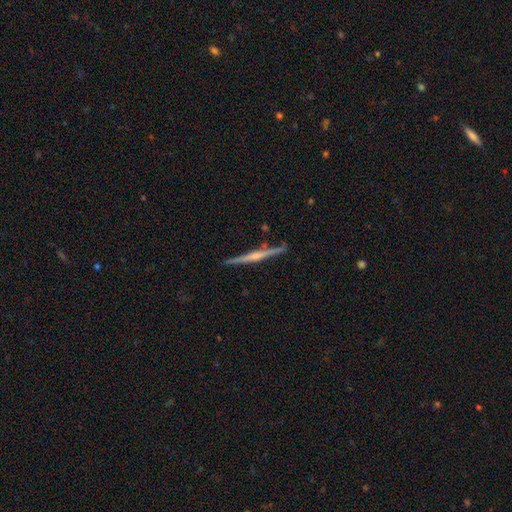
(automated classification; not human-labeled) featured or disk 74%, smooth 21%, star or artifact 6%. Down the decision tree: edge-on disk — yes (98%); edge-on bulge — rounded (63%); merging — none (88%).